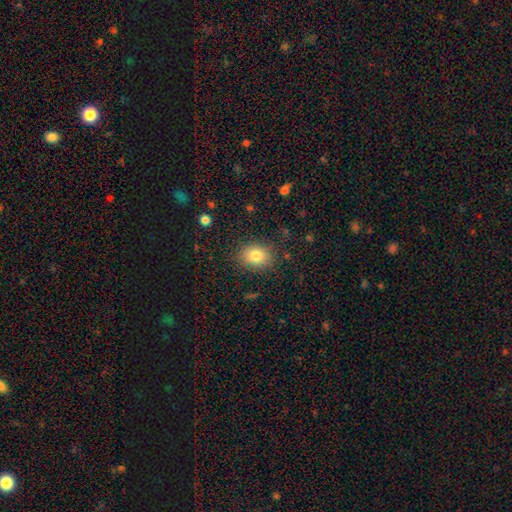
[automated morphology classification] Overall: smooth (81%). How rounded: in between (52%; round 47%). Merging: none (85%).